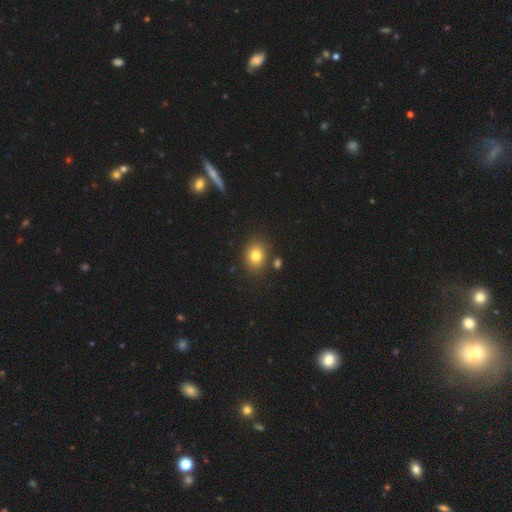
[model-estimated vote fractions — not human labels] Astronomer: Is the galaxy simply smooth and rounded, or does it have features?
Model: smooth — 80%.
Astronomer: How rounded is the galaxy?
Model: round — 54% (runner-up: in between, 45%).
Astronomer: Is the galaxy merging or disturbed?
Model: none — 81%.